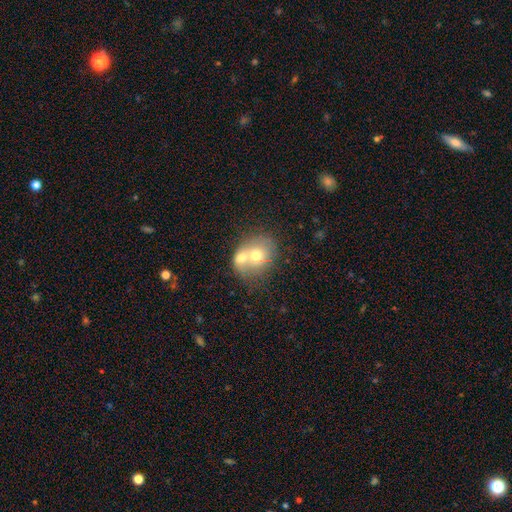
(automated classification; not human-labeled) smooth_or_featured: smooth (p=0.59) [alt: featured or disk p=0.32]
how_rounded: round (p=0.60) [alt: in between p=0.39]
merging: merger (p=0.69) [alt: none p=0.20]